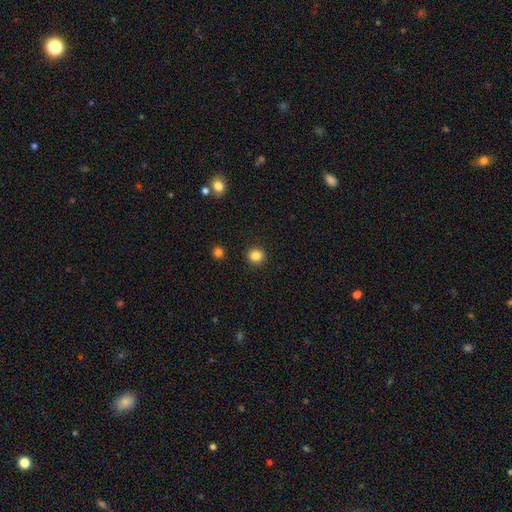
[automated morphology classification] Smooth or featured? Predicted: smooth (p=0.85). How rounded? Predicted: round (p=0.90). Merging? Predicted: none (p=0.92).